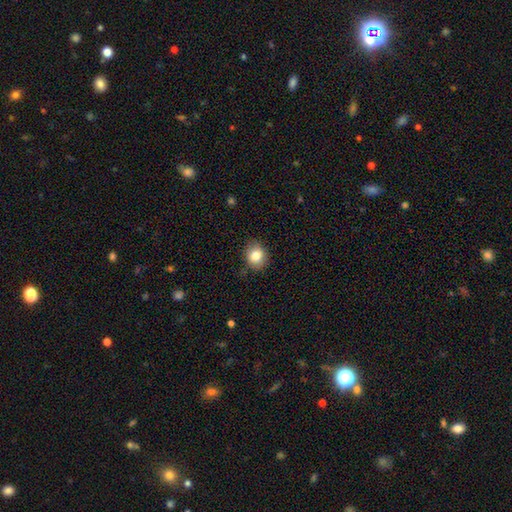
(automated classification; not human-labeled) Smooth or featured? smooth (82%)
How rounded? round (68%)
Merging? none (85%)